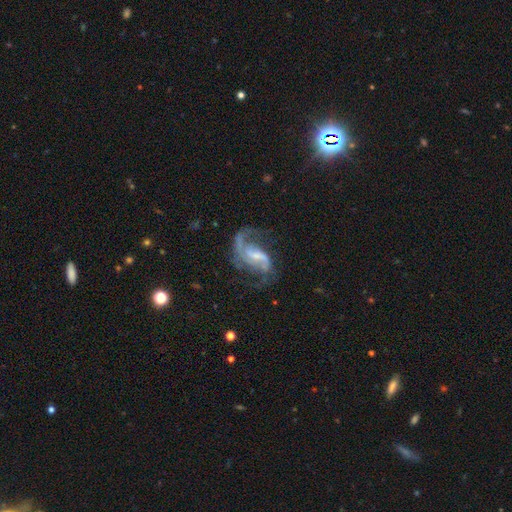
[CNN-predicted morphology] Q: Smooth or featured?
A: featured or disk (86%); runner-up: smooth (8%)
Q: Edge-on disk?
A: no (97%); runner-up: yes (3%)
Q: Bar?
A: weak (52%); runner-up: no (25%)
Q: Spiral arms?
A: yes (95%); runner-up: no (5%)
Q: Spiral winding?
A: loose (44%); tied with: medium (44%)
Q: Spiral arm count?
A: 2 (75%); runner-up: 1 (11%)
Q: Bulge size?
A: small (43%); runner-up: moderate (26%)
Q: Merging?
A: none (52%); runner-up: major disturbance (27%)